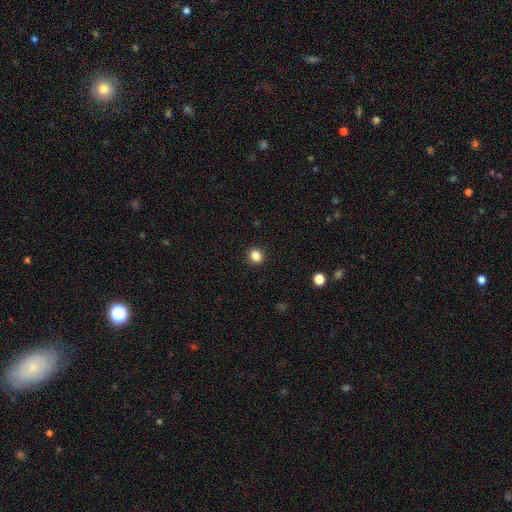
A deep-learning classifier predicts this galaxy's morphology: smooth_or_featured: smooth (p=0.85) [alt: star or artifact p=0.11]
how_rounded: round (p=0.82) [alt: in between p=0.17]
merging: none (p=0.92) [alt: minor disturbance p=0.05]